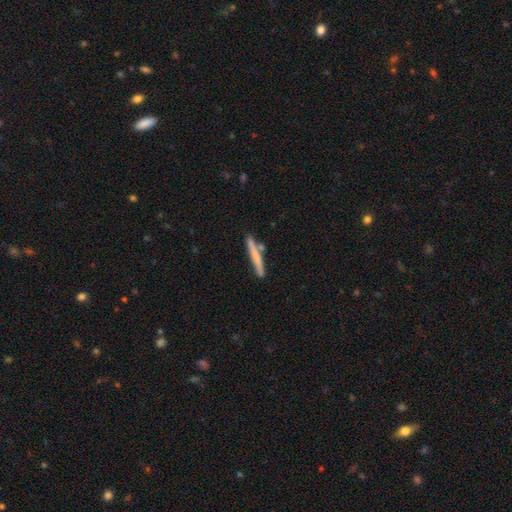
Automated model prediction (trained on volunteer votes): A smooth galaxy with no disk features (62%) that is cigar-shaped (95%).

Vote fractions:
- Smooth or featured? smooth: 62% / featured or disk: 31% / star or artifact: 6%
- How rounded? cigar-shaped: 95% / in between: 3% / round: 1%
- Merging? none: 74% / minor disturbance: 14% / merger: 9% / major disturbance: 3%